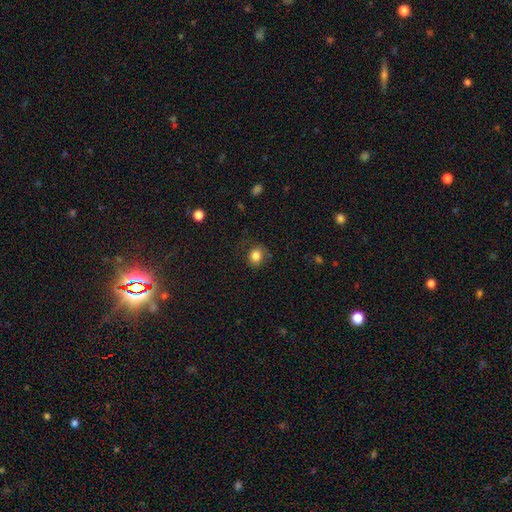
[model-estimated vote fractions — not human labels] Smooth or featured? Predicted: smooth (p=0.83). How rounded? Predicted: round (p=0.71). Merging? Predicted: none (p=0.75).